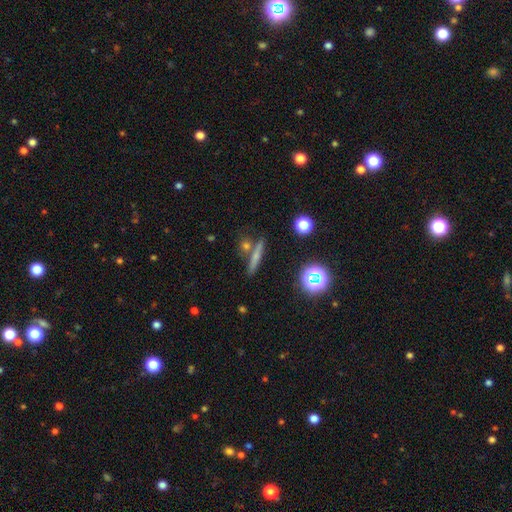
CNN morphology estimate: A smooth galaxy with no disk features (56%) that is cigar-shaped (83%).

Vote fractions:
- Smooth or featured? smooth: 56% / featured or disk: 31% / star or artifact: 13%
- How rounded? cigar-shaped: 83% / round: 9% / in between: 8%
- Merging? none: 77% / merger: 11% / minor disturbance: 9% / major disturbance: 3%